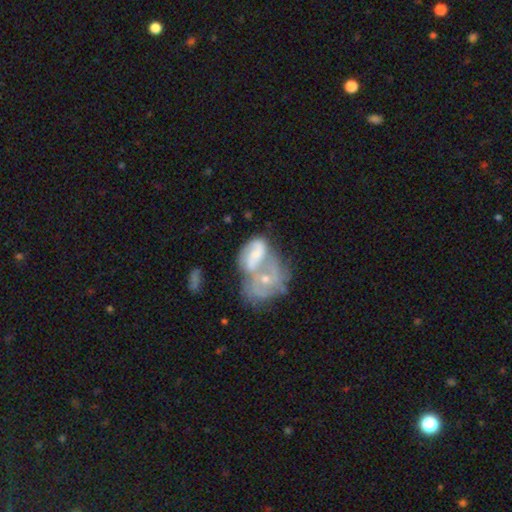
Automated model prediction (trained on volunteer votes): The model was most divided on "bulge size": small: 40%, moderate: 38%, none: 15%, large: 5%, dominant: 2%. More confident: edge-on disk — no (97%); merging — merger (76%); spiral arms — yes (65%); smooth or featured — featured or disk (62%); bar — no (56%).